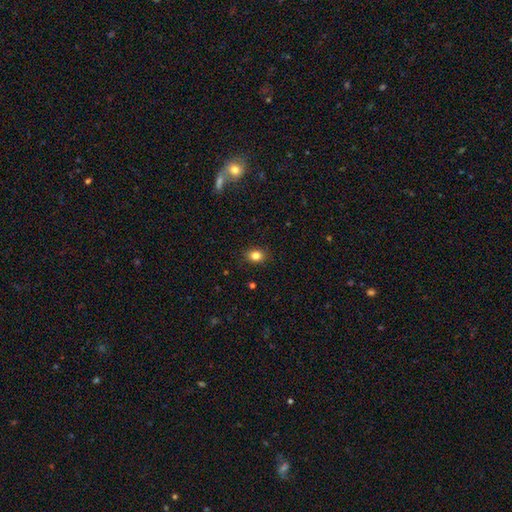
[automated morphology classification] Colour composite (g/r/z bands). It shows a smooth galaxy with no disk features (83%) that is in between round and cigar-shaped (53%). Merging: none (88%).